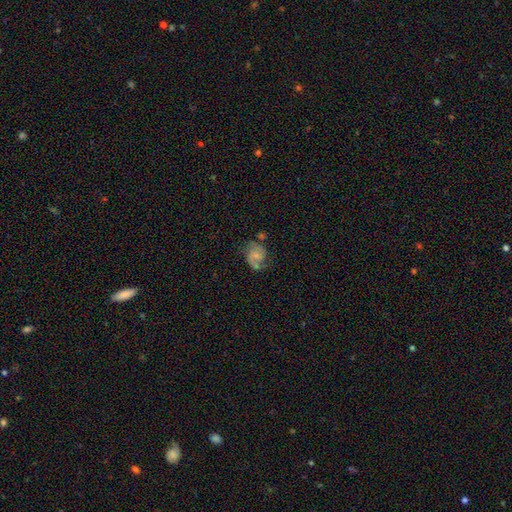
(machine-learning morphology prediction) Smooth or featured: featured or disk — 67% (smooth — 24%)
Edge-on disk: no — 98% (yes — 2%)
Bar: no — 57% (weak — 36%)
Spiral arms: yes — 92% (no — 8%)
Spiral winding: medium — 47% (loose — 33%)
Spiral arm count: 2 — 80% (1 — 9%)
Bulge size: small — 51% (moderate — 23%)
Merging: none — 56% (minor disturbance — 24%)